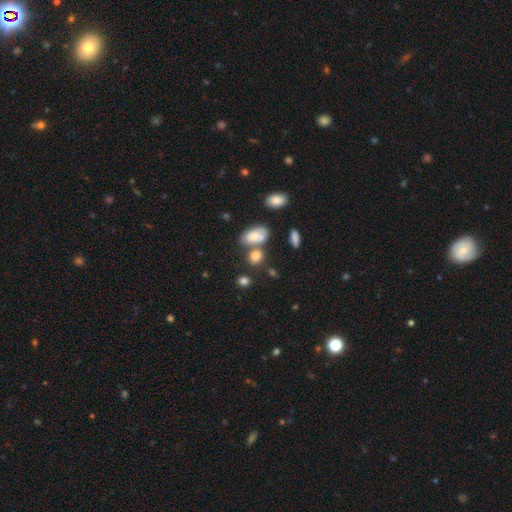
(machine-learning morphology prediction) A smooth galaxy with no disk features (79%) that is in between round and cigar-shaped (60%). Merging: none (50%).